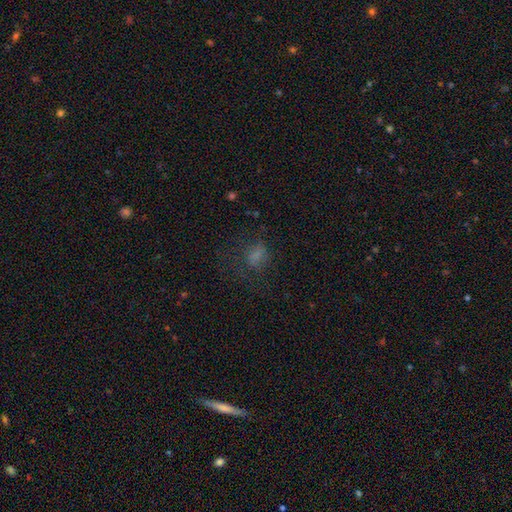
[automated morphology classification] Smooth or featured: smooth — 63% (star or artifact — 21%)
How rounded: in between — 60% (round — 37%)
Merging: none — 50% (major disturbance — 27%)